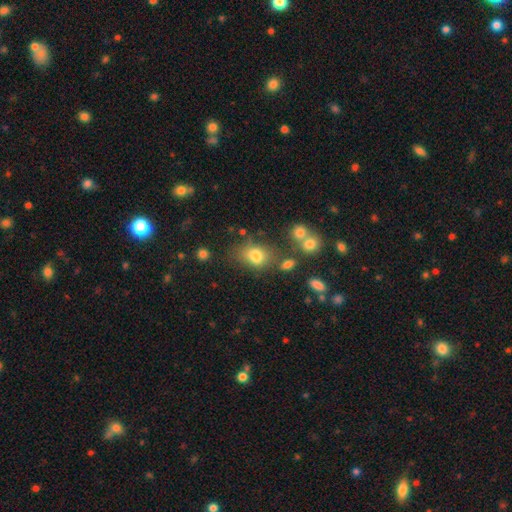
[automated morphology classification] Q: Smooth or featured?
A: smooth (78%); runner-up: star or artifact (12%)
Q: How rounded?
A: in between (65%); runner-up: round (34%)
Q: Merging?
A: none (59%); runner-up: minor disturbance (20%)